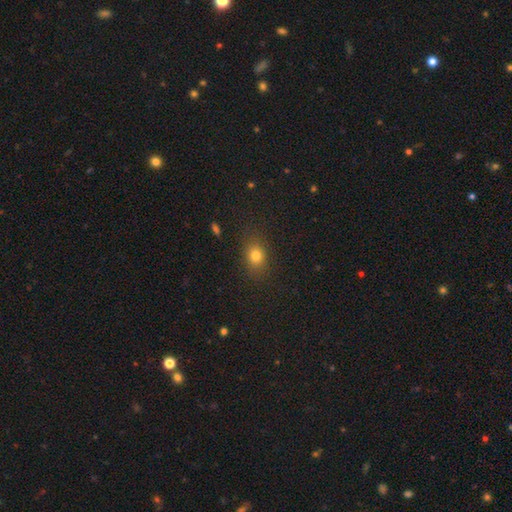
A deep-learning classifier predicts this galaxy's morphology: smooth-or-featured: smooth: 77% | star or artifact: 14% | featured or disk: 8%
  how-rounded: in between: 51% | round: 46% | cigar-shaped: 2%
  merging: none: 82% | minor disturbance: 12% | major disturbance: 4% | merger: 1%